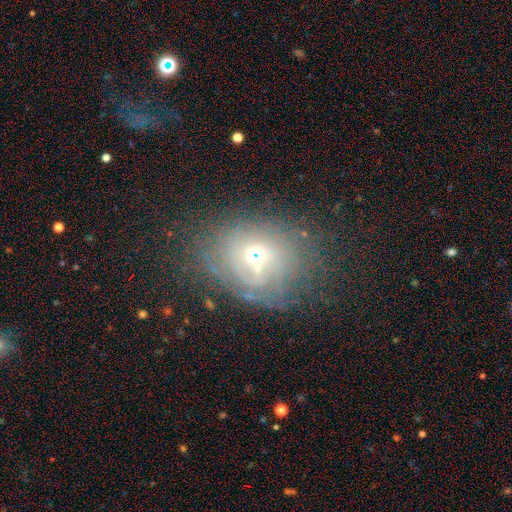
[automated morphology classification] Smooth or featured? featured or disk (47%)
Merging? none (58%)